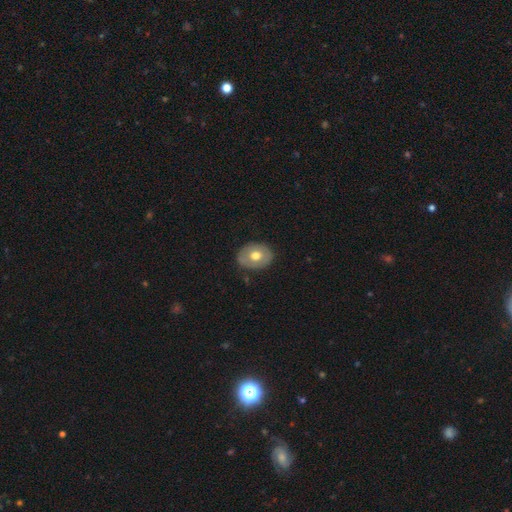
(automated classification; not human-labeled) smooth-or-featured: smooth: 58% | featured or disk: 36% | star or artifact: 7%
  how-rounded: in between: 56% | round: 43% | cigar-shaped: 1%
  merging: none: 82% | minor disturbance: 14% | major disturbance: 3% | merger: 1%